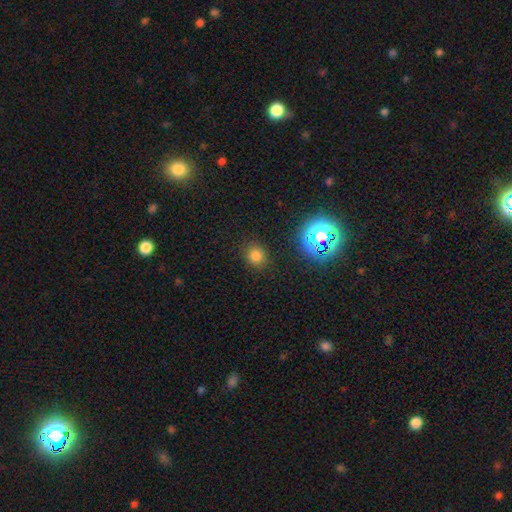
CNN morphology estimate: A smooth galaxy with no disk features (74%) that is round (80%). Merging: none (87%).